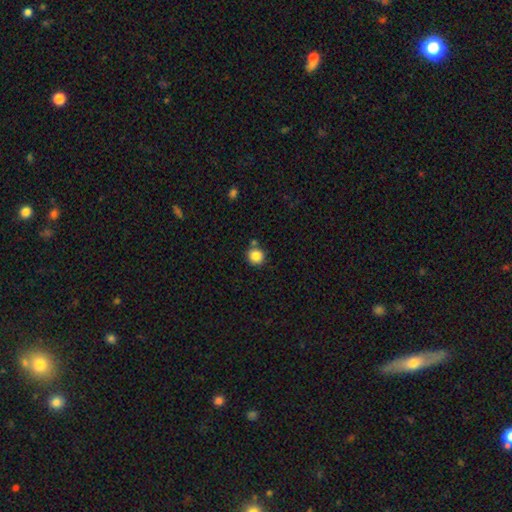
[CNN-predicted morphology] The model was most divided on "merging": none: 78%, minor disturbance: 10%, merger: 9%, major disturbance: 3%. More confident: how rounded — round (91%); smooth or featured — smooth (86%).